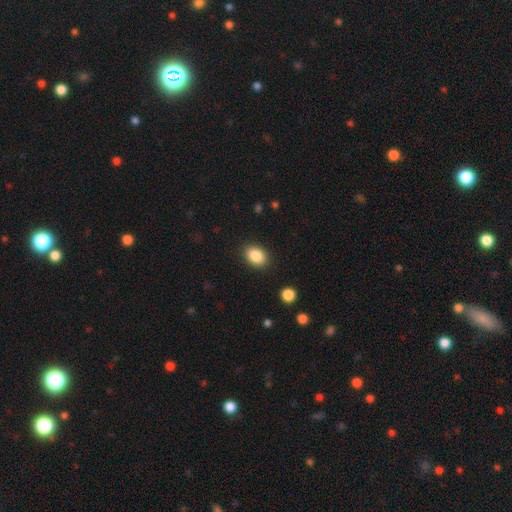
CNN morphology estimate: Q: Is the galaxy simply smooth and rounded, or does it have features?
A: smooth — 87%.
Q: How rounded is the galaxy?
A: in between — 69%.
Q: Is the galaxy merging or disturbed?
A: none — 88%.